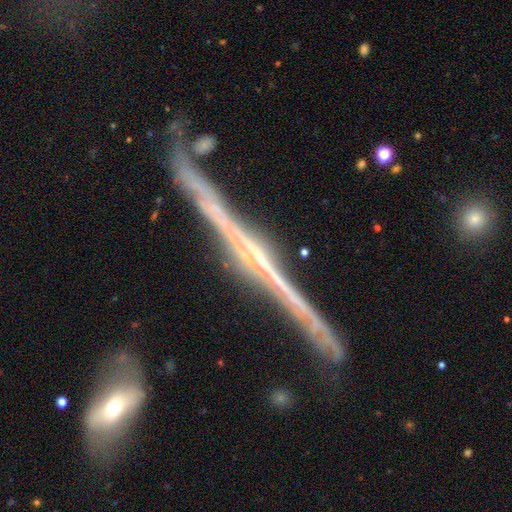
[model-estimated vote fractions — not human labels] Smooth or featured?
  - featured or disk: 88% *
  - smooth: 6%
  - star or artifact: 6%
Edge-on disk?
  - yes: 97% *
  - no: 3%
Edge-on bulge?
  - rounded: 67% *
  - none: 24%
  - boxy: 9%
Merging?
  - none: 77% *
  - minor disturbance: 16%
  - major disturbance: 4%
  - merger: 3%